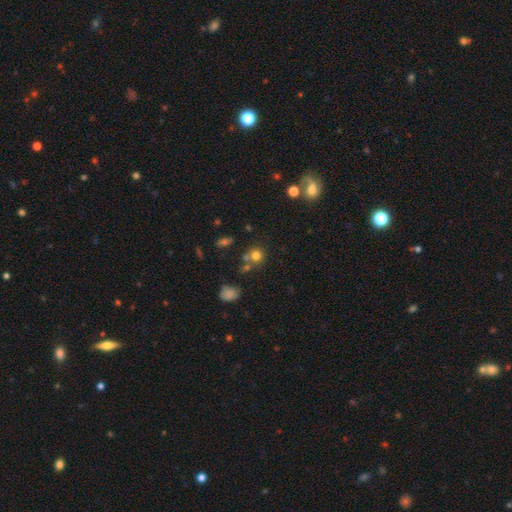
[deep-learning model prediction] Overall: smooth (74%). How rounded: round (86%). Merging: none (60%; merger 26%).